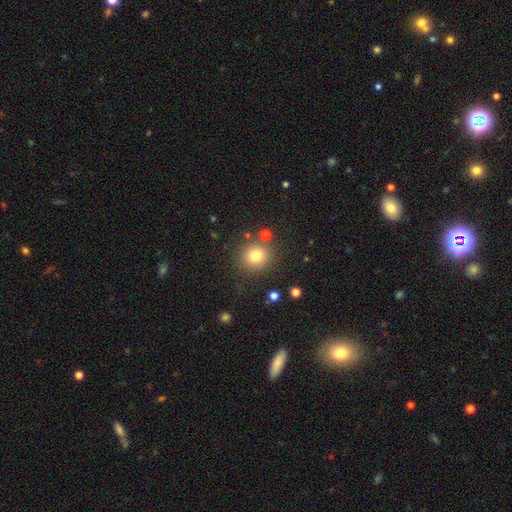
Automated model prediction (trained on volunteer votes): Morphology: type=smooth (77%); roundness=round (90%); merging=none (83%).